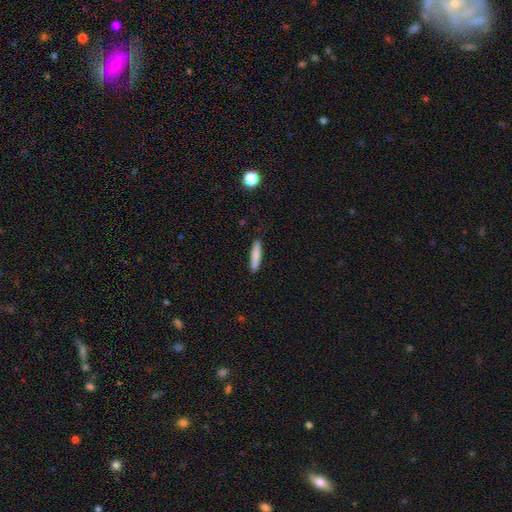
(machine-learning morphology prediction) Overall: smooth (82%). How rounded: cigar-shaped (90%). Merging: none (89%).